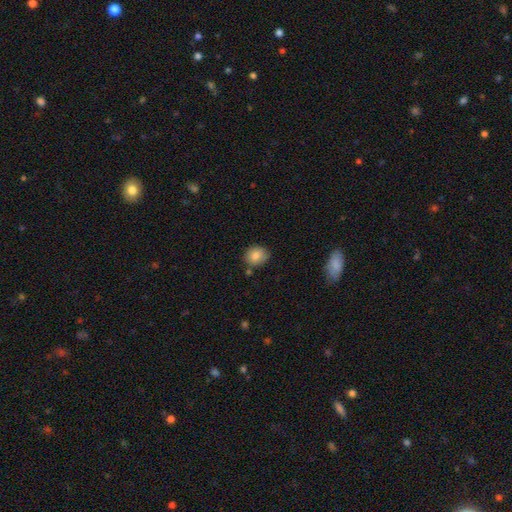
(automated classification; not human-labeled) Overall: smooth (82%). How rounded: round (68%; in between 31%). Merging: none (73%).